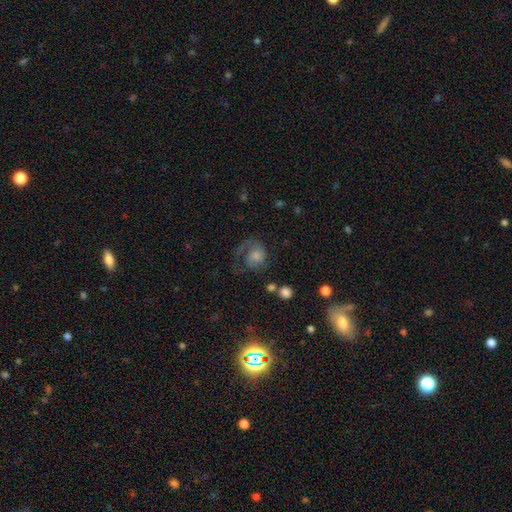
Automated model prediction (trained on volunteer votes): Smooth or featured? featured or disk (54%)
Edge-on disk? no (98%)
Bar? no (76%)
Spiral arms? yes (85%)
Bulge size? small (33%, tied with moderate)
Merging? major disturbance (42%)